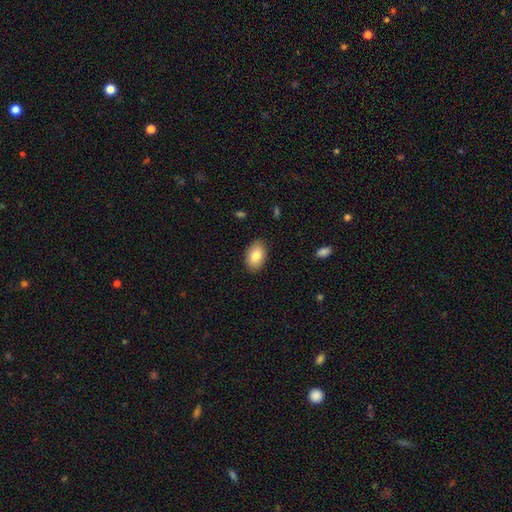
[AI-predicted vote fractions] The model was most divided on "smooth or featured": smooth: 83%, featured or disk: 10%, star or artifact: 7%. More confident: how rounded — in between (91%); merging — none (88%).